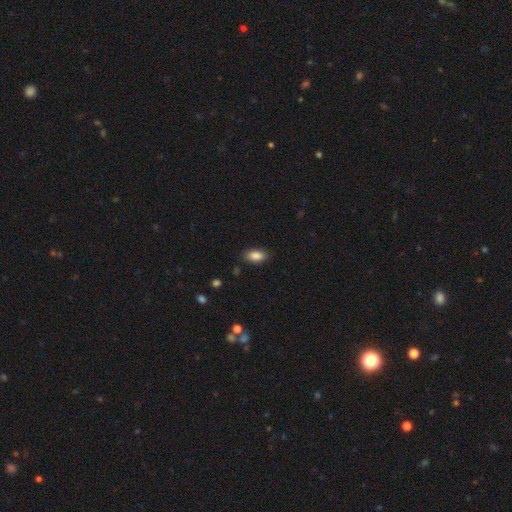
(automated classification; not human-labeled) Smooth or featured? smooth (86%)
How rounded? in between (91%)
Merging? none (86%)